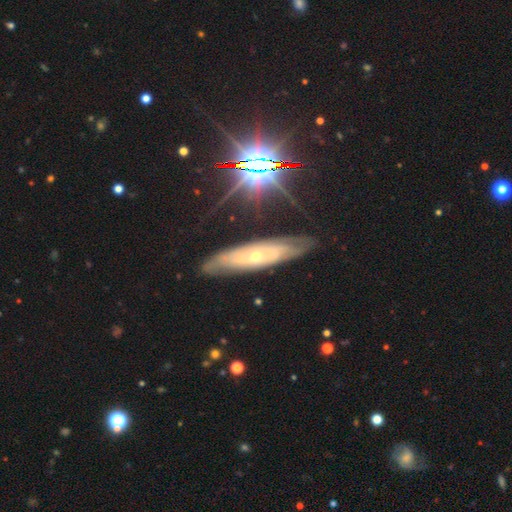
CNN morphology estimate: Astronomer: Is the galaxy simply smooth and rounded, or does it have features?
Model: featured or disk — 71%.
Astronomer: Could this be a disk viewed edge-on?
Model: no — 66%.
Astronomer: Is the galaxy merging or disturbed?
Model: none — 79%.